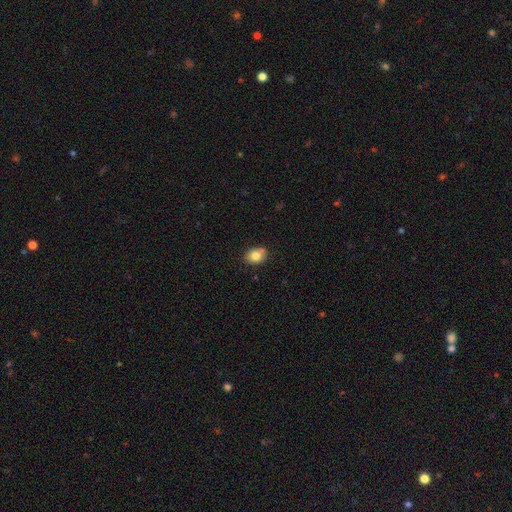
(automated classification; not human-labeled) This is likely a smooth galaxy (80%). How rounded: possibly in between (60%). Merging: likely none (74%).